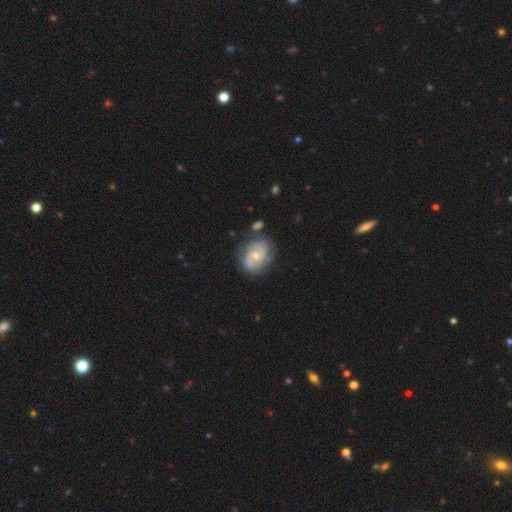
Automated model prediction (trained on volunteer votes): A featured or disk galaxy (81%) with no bar (57%), 2 (67%) medium (46%) spiral arms (94%) and a small central bulge (52%). Merging: none (73%).